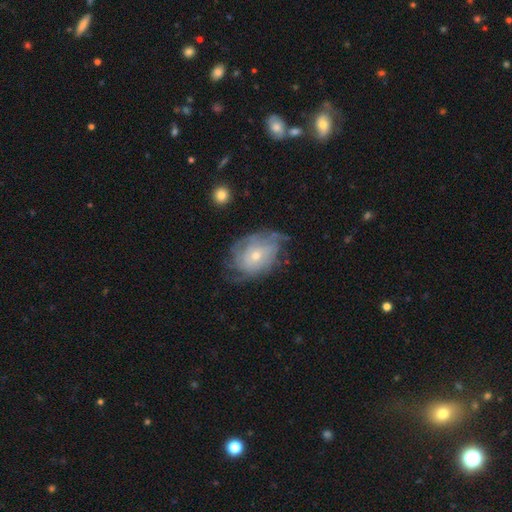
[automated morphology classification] Q: Smooth or featured?
A: featured or disk (73%); runner-up: smooth (21%)
Q: Edge-on disk?
A: no (96%); runner-up: yes (4%)
Q: Bar?
A: no (74%); runner-up: weak (23%)
Q: Spiral arms?
A: yes (84%); runner-up: no (16%)
Q: Spiral winding?
A: tight (56%); runner-up: medium (30%)
Q: Spiral arm count?
A: can't tell (53%); runner-up: 2 (16%)
Q: Bulge size?
A: small (55%); runner-up: moderate (40%)
Q: Merging?
A: none (54%); runner-up: minor disturbance (28%)